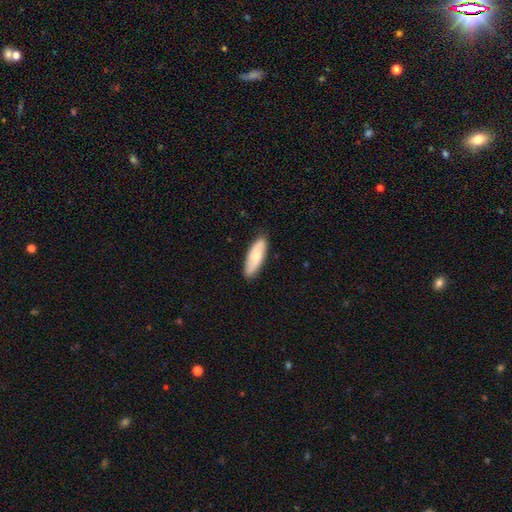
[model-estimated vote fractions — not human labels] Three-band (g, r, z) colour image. It shows a smooth galaxy with no disk features (73%) that is in between round and cigar-shaped (60%). Merging: none (85%).